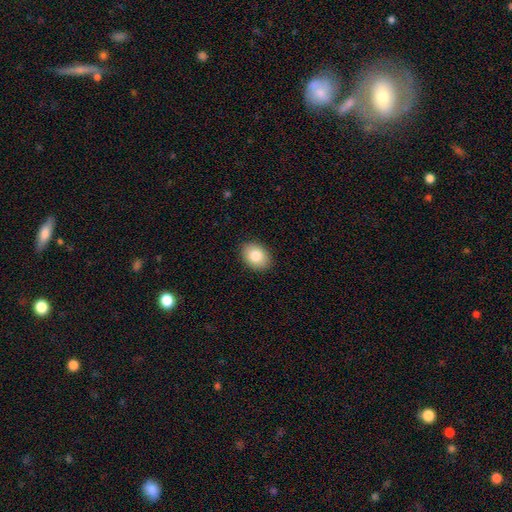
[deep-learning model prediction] Overall: smooth (84%). How rounded: in between (75%). Merging: none (90%).